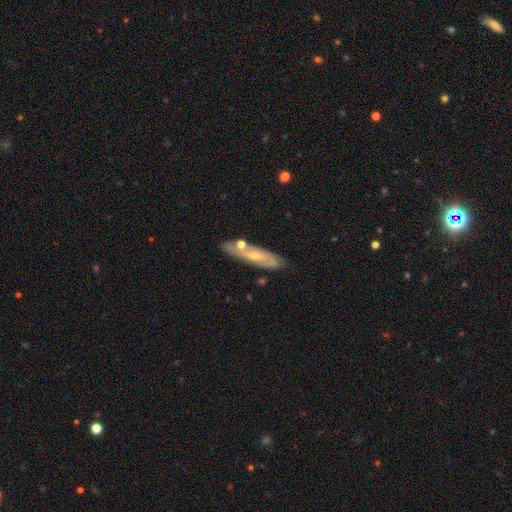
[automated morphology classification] smooth-or-featured: featured or disk: 60% | smooth: 34% | star or artifact: 6%
  disk-edge-on: no: 65% | yes: 35%
  merging: none: 69% | minor disturbance: 17% | merger: 10% | major disturbance: 4%